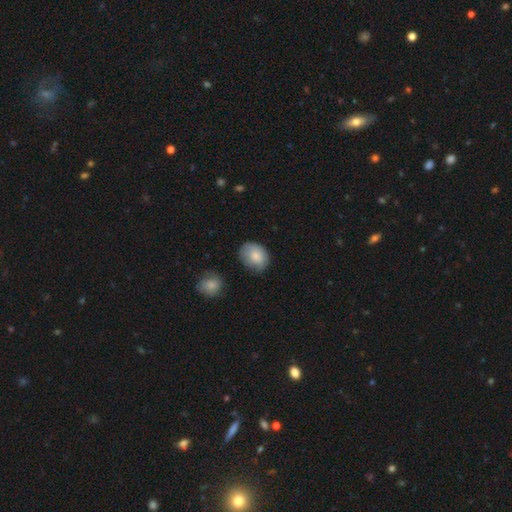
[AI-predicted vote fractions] A smooth galaxy with no disk features (82%) that is in between round and cigar-shaped (55%). Merging: none (62%).